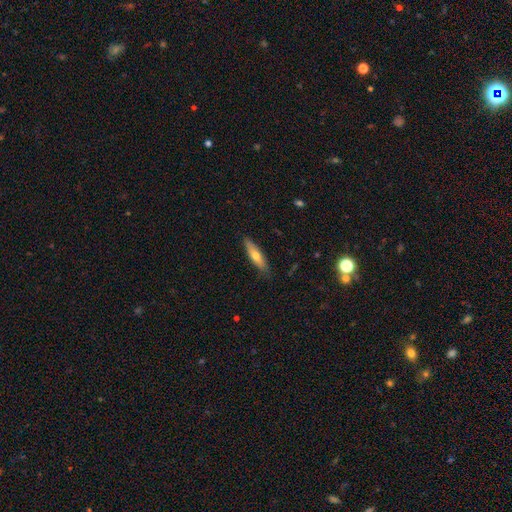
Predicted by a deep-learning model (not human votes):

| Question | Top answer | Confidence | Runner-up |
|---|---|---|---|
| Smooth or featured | smooth | 58% | featured or disk (36%) |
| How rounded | cigar-shaped | 69% | in between (29%) |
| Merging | none | 85% | minor disturbance (12%) |